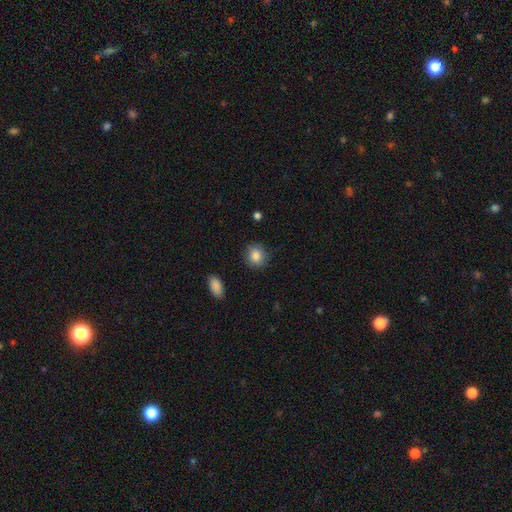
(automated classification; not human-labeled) smooth-or-featured: smooth: 86% | star or artifact: 8% | featured or disk: 6%
  how-rounded: round: 82% | in between: 17% | cigar-shaped: 1%
  merging: none: 88% | minor disturbance: 8% | major disturbance: 2% | merger: 1%